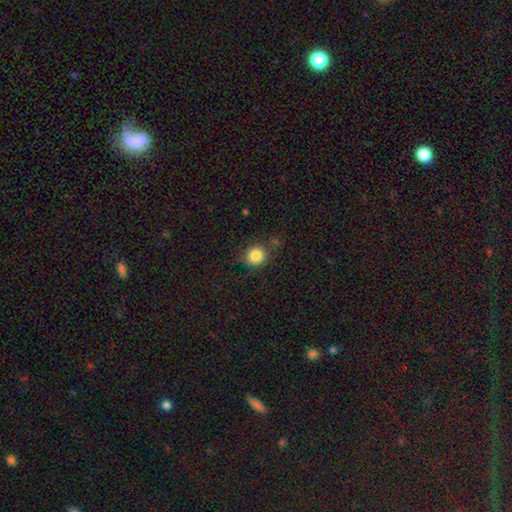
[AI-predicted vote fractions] A smooth galaxy with no disk features (85%) that is round (81%). Merging: none (76%).